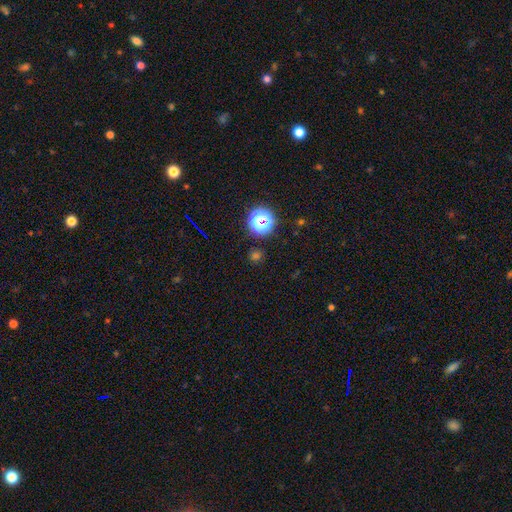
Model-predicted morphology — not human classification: A star or artifact, not a galaxy (47%, tied with smooth).